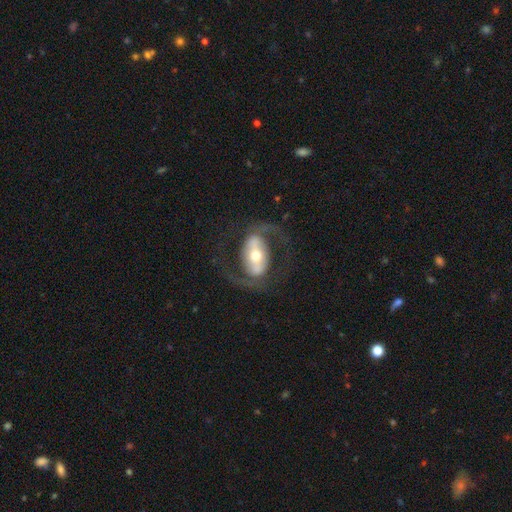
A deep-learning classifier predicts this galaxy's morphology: smooth_or_featured: featured or disk (p=0.82) [alt: smooth p=0.13]
disk_edge_on: no (p=0.94) [alt: yes p=0.06]
bar: strong (p=0.55) [alt: weak p=0.25]
has_spiral_arms: yes (p=0.83) [alt: no p=0.17]
spiral_winding: medium (p=0.51) [alt: loose p=0.33]
spiral_arm_count: 2 (p=0.90) [alt: can't tell p=0.05]
bulge_size: moderate (p=0.60) [alt: small p=0.28]
merging: none (p=0.71) [alt: major disturbance p=0.16]